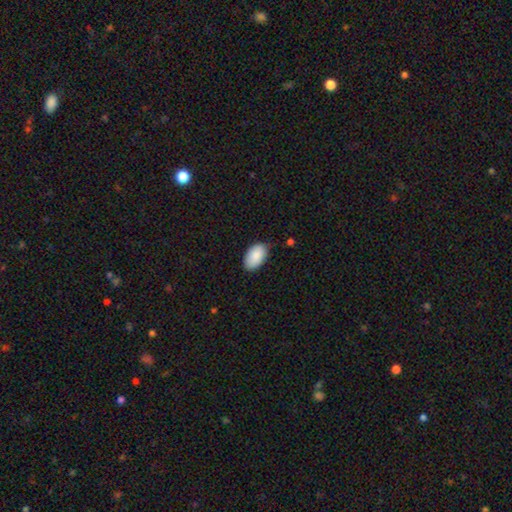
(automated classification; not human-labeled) Smooth or featured? smooth (89%)
How rounded? in between (95%)
Merging? none (81%)